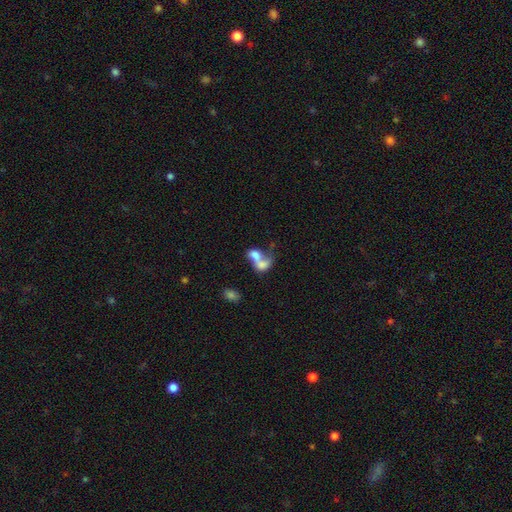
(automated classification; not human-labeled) This appears to be a smooth galaxy with no disk features (65%) that is in between round and cigar-shaped (73%). Merging: merger (76%).